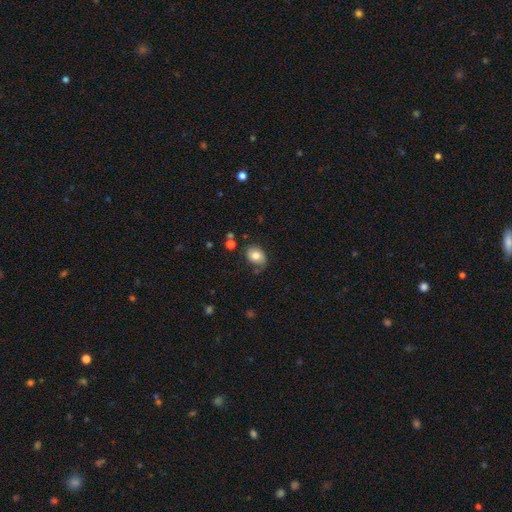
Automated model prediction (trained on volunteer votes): smooth 74%, featured or disk 18%, star or artifact 9%. Down the decision tree: how rounded — in between (64%); merging — none (67%).